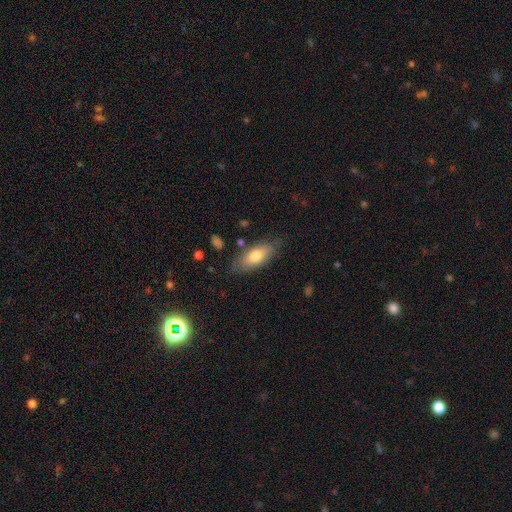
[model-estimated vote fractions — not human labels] A smooth galaxy with no disk features (72%) that is in between round and cigar-shaped (82%). Merging: none (77%).